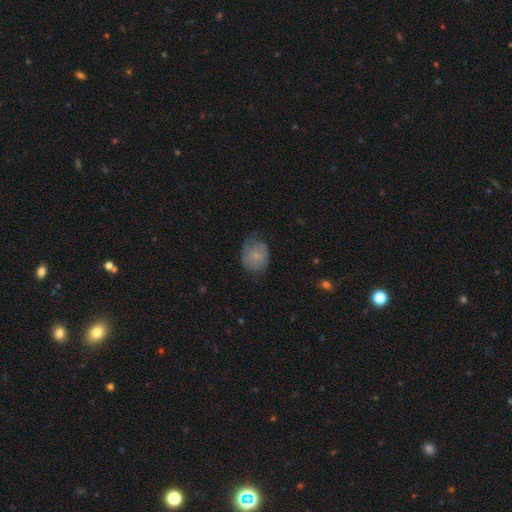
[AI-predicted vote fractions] The model was most divided on "merging": none: 50%, minor disturbance: 34%, major disturbance: 15%, merger: 1%. More confident: smooth or featured — smooth (65%); how rounded — round (59%).